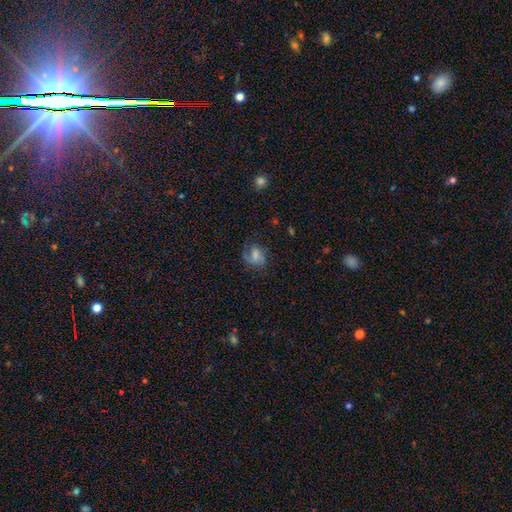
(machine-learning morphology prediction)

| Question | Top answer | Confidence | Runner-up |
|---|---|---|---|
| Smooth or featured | featured or disk | 53% | smooth (37%) |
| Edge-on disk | no | 97% | yes (3%) |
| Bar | weak | 43% | tied: no (43%) |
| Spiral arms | yes | 86% | no (14%) |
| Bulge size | moderate | 34% | small (30%) |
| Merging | none | 57% | minor disturbance (21%) |